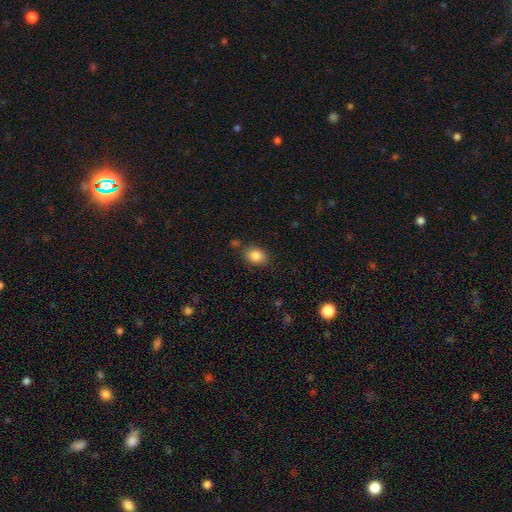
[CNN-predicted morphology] This appears to be a smooth galaxy with no disk features (86%) that is in between round and cigar-shaped (64%). Merging: none (78%).